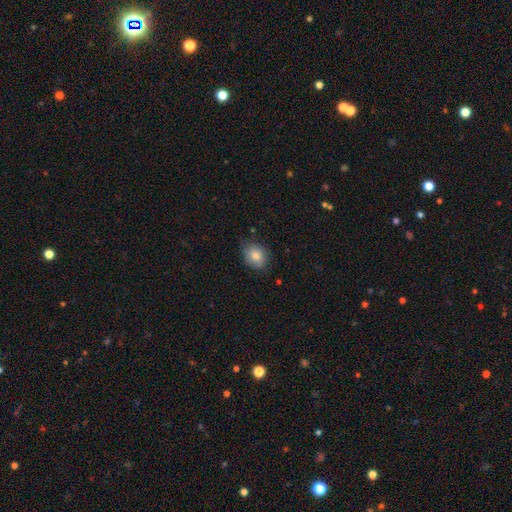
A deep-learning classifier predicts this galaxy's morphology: Smooth or featured: smooth — 84% (featured or disk — 8%)
How rounded: in between — 52% (round — 47%)
Merging: none — 73% (minor disturbance — 22%)